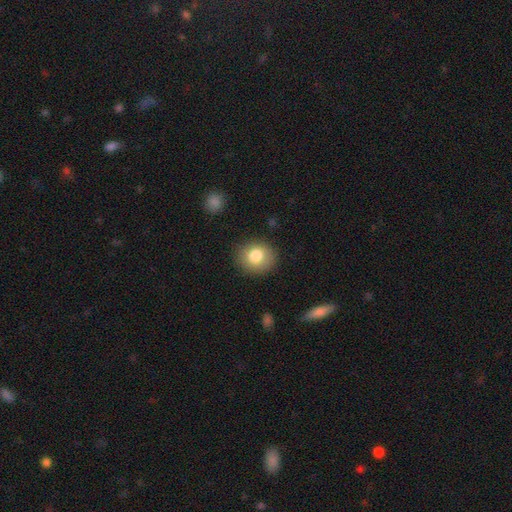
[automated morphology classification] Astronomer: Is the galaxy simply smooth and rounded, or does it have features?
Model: smooth — 81%.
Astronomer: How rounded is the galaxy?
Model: round — 79%.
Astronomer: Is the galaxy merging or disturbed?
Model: none — 86%.